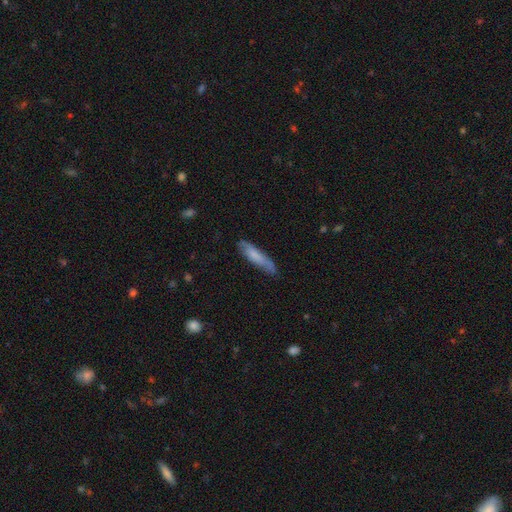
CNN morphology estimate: smooth 69%, featured or disk 25%, star or artifact 6%. Down the decision tree: how rounded — cigar-shaped (82%); merging — none (69%).